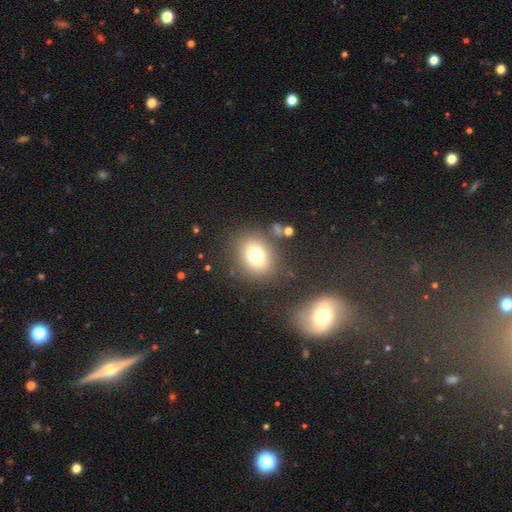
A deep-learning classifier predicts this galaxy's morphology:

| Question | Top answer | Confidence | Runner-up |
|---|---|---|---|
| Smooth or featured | smooth | 75% | star or artifact (14%) |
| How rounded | round | 53% | in between (46%) |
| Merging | none | 80% | minor disturbance (11%) |